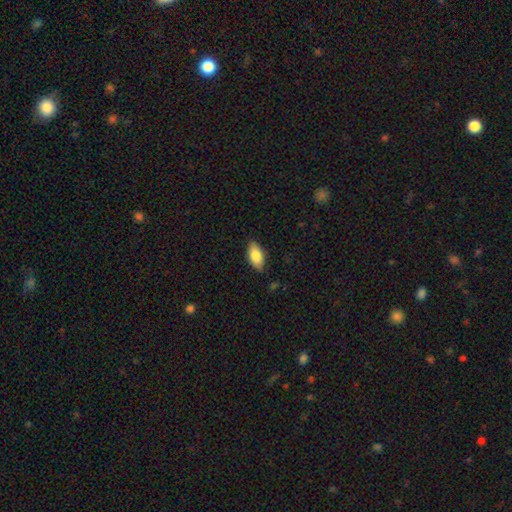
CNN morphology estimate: smooth-or-featured: smooth: 83% | featured or disk: 10% | star or artifact: 6%
  how-rounded: in between: 92% | cigar-shaped: 6% | round: 3%
  merging: none: 85% | minor disturbance: 12% | major disturbance: 2% | merger: 1%